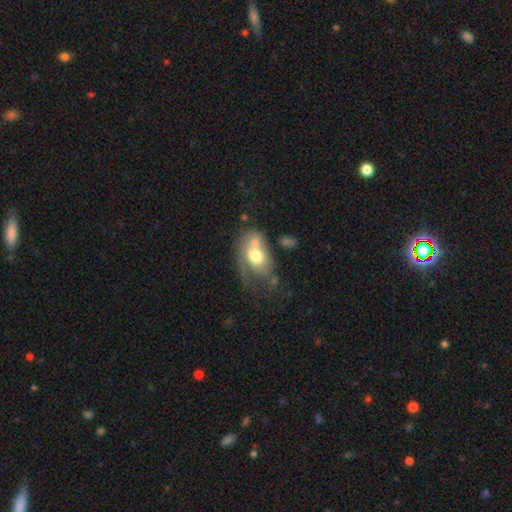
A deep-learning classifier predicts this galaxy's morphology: smooth-or-featured: smooth: 55% | featured or disk: 38% | star or artifact: 7%
  how-rounded: in between: 79% | round: 19% | cigar-shaped: 2%
  merging: merger: 32% | major disturbance: 26% | none: 22% | minor disturbance: 19%